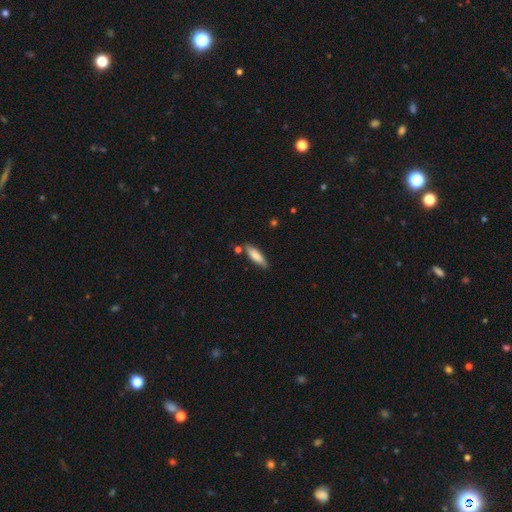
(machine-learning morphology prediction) A smooth galaxy with no disk features (79%) that is cigar-shaped (61%). Merging: none (78%).